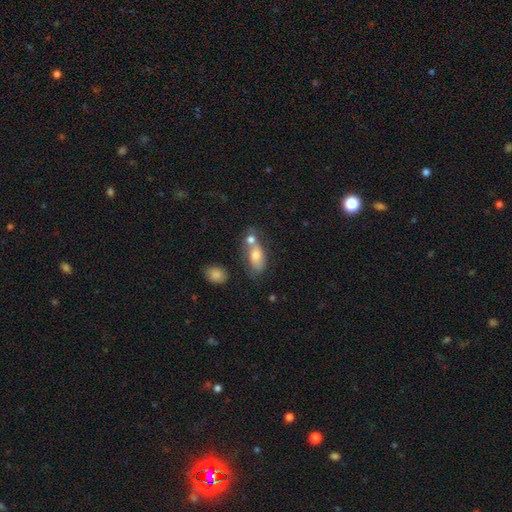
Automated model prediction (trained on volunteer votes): Smooth or featured: smooth — 74% (featured or disk — 17%)
How rounded: in between — 83% (cigar-shaped — 8%)
Merging: merger — 42% (none — 35%)